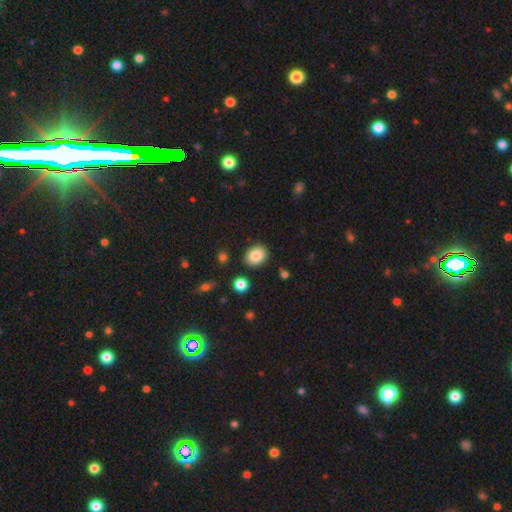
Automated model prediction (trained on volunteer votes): Morphology: type=smooth (86%); roundness=round (51%); merging=none (87%).